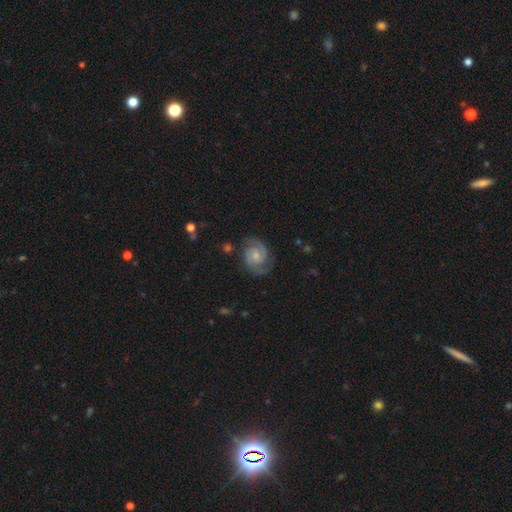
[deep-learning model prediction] Smooth or featured? Predicted: featured or disk (p=0.85). Edge-on disk? Predicted: no (p=0.98). Bar? Predicted: no (p=0.57). Spiral arms? Predicted: yes (p=0.97). Spiral winding? Predicted: medium (p=0.46). Spiral arm count? Predicted: 2 (p=0.90). Bulge size? Predicted: small (p=0.53). Merging? Predicted: none (p=0.79).